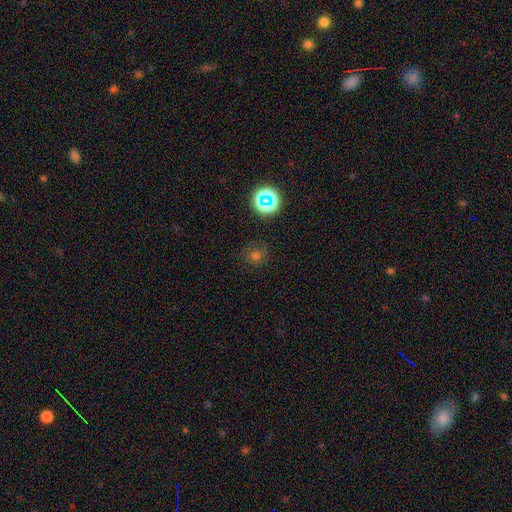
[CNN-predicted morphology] A smooth galaxy with no disk features (63%) that is round (91%).

Vote fractions:
- Smooth or featured? smooth: 63% / star or artifact: 30% / featured or disk: 7%
- How rounded? round: 91% / in between: 8% / cigar-shaped: 1%
- Merging? none: 85% / minor disturbance: 10% / major disturbance: 3% / merger: 2%